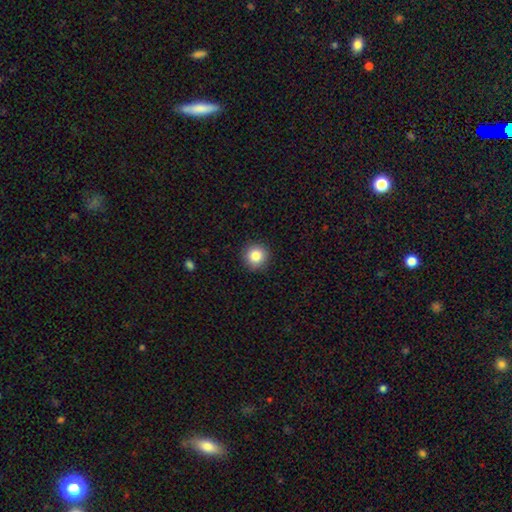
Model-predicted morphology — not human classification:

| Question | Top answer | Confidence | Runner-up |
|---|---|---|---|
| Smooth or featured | smooth | 83% | star or artifact (10%) |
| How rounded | round | 95% | in between (4%) |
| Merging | none | 91% | minor disturbance (6%) |